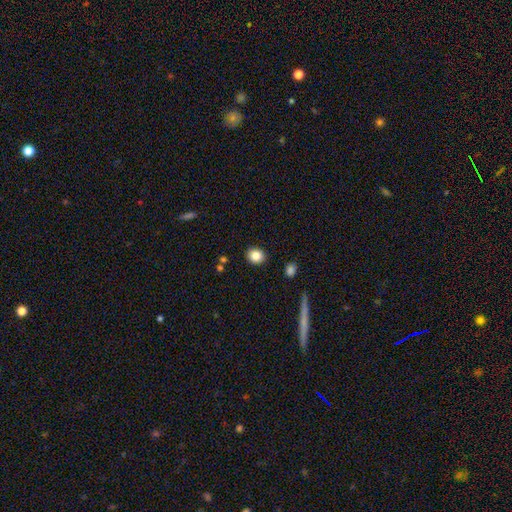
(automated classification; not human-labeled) Smooth or featured: smooth — 84% (star or artifact — 10%)
How rounded: round — 72% (in between — 27%)
Merging: none — 90% (minor disturbance — 6%)